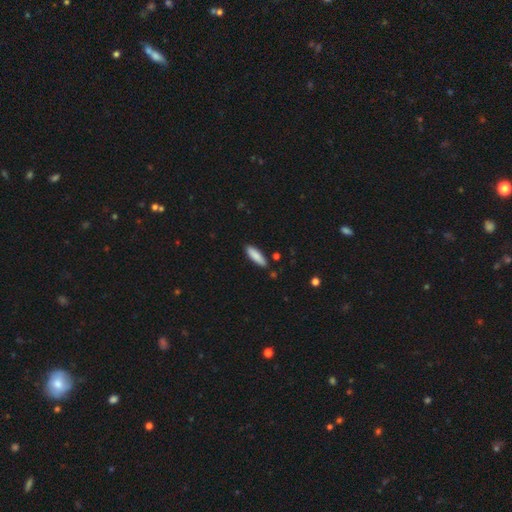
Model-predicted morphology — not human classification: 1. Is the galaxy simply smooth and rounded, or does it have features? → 86% smooth, 8% featured or disk, 6% star or artifact.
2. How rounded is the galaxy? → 57% cigar-shaped, 41% in between, 1% round.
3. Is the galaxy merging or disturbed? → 86% none, 10% minor disturbance, 2% merger, 2% major disturbance.